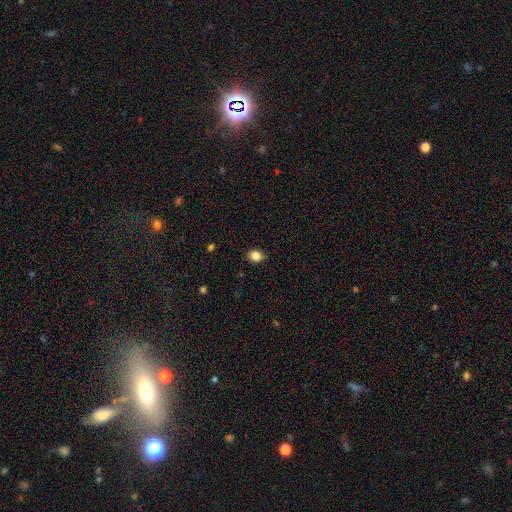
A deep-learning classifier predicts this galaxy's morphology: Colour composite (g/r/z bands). It shows a smooth galaxy with no disk features (85%) that is in between round and cigar-shaped (51%). Merging: none (82%).